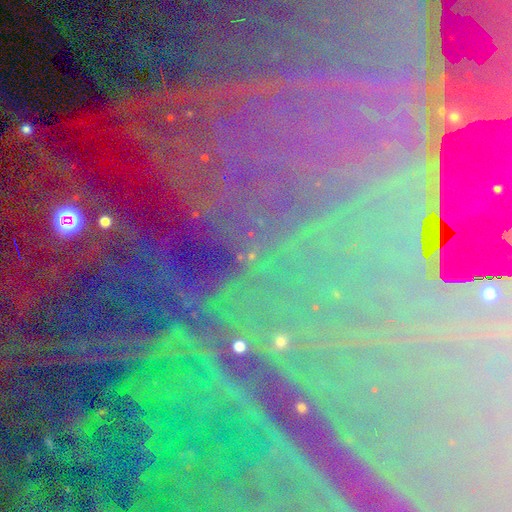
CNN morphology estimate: Smooth or featured: star or artifact — 86% (featured or disk — 8%)